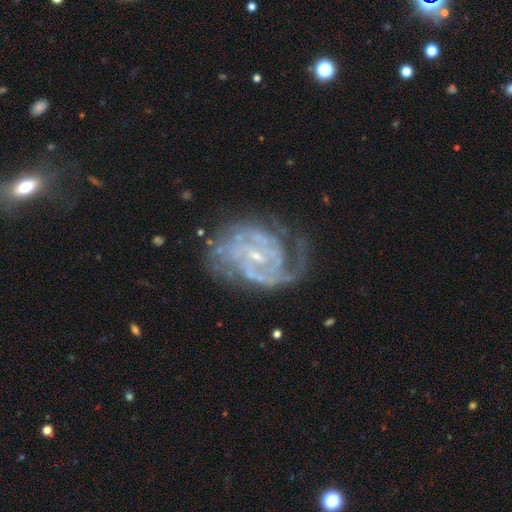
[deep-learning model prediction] The model was most divided on "spiral arm count" (2-way tie): 2: 31%, can't tell: 31%, 3: 18%, 4: 8%, 1: 6%, more than 4: 5%. Remaining: edge-on disk — no (98%); spiral arms — yes (93%); smooth or featured — featured or disk (88%); bulge size — small (76%); merging — none (56%); spiral winding — tight (55%); bar — weak (46%).